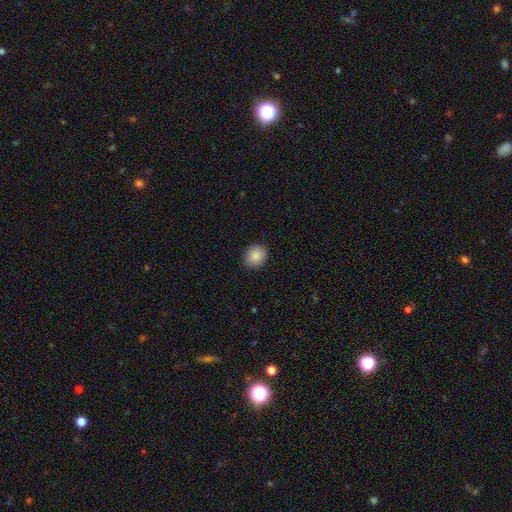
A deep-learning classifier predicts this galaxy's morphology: smooth_or_featured: smooth (p=0.87) [alt: star or artifact p=0.08]
how_rounded: round (p=0.71) [alt: in between p=0.28]
merging: none (p=0.89) [alt: minor disturbance p=0.09]